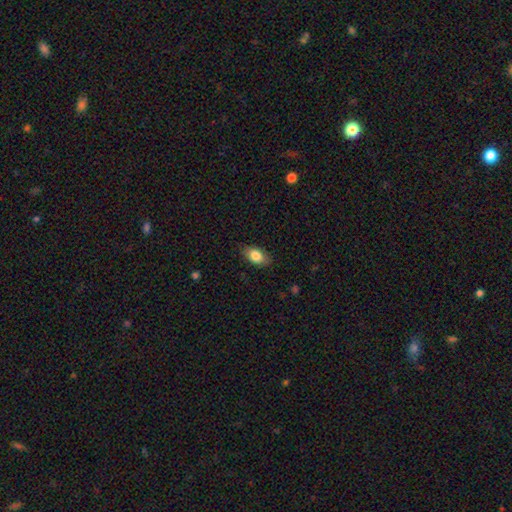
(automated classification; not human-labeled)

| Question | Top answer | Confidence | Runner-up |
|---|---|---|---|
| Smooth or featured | smooth | 83% | featured or disk (10%) |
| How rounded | in between | 88% | round (9%) |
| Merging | none | 83% | minor disturbance (13%) |